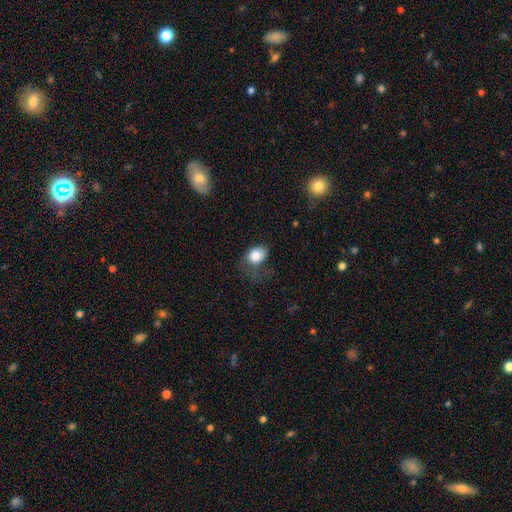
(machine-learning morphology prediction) The model was most divided on "merging" (2-way tie): none: 33%, minor disturbance: 33%, major disturbance: 31%, merger: 3%. More confident: smooth or featured — smooth (82%); how rounded — in between (60%).